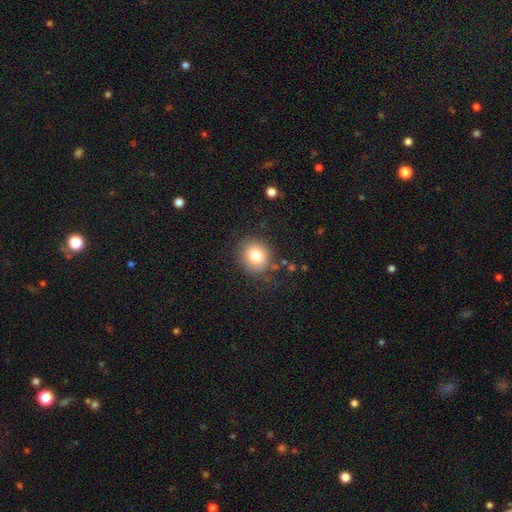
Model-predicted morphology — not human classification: Smooth or featured? smooth (79%)
How rounded? round (75%)
Merging? none (79%)